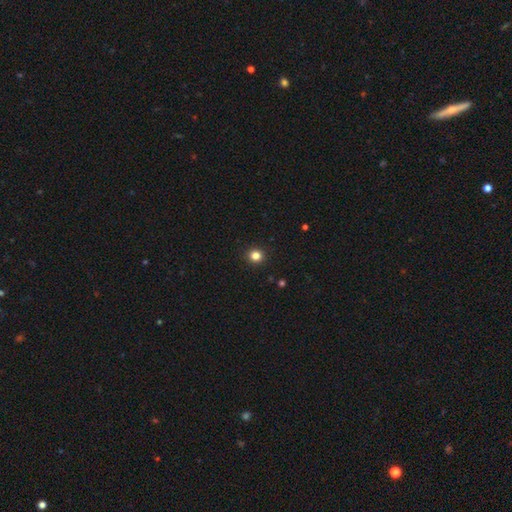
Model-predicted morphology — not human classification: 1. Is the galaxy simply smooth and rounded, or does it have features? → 82% smooth, 14% star or artifact, 4% featured or disk.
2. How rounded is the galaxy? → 92% round, 7% in between, 1% cigar-shaped.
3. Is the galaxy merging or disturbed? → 93% none, 5% minor disturbance, 2% major disturbance, 1% merger.